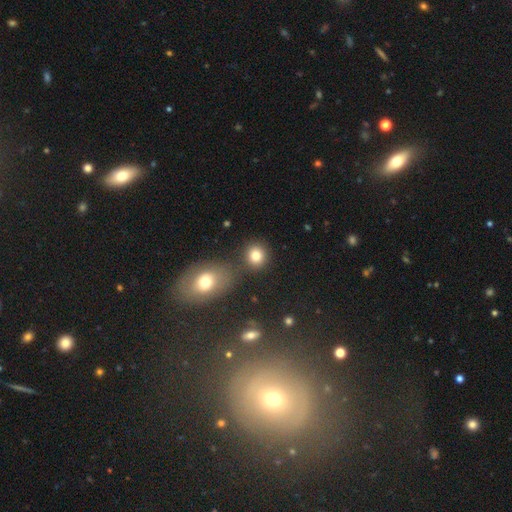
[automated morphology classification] type=smooth (81%); roundness=round (83%); merging=none (76%).